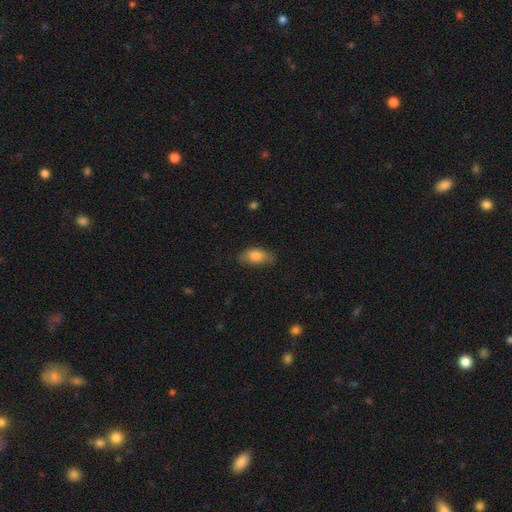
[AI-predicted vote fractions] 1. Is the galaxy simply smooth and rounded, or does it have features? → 83% smooth, 10% featured or disk, 7% star or artifact.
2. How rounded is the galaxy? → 90% in between, 6% cigar-shaped, 5% round.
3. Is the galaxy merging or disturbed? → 71% none, 23% minor disturbance, 5% major disturbance, 1% merger.